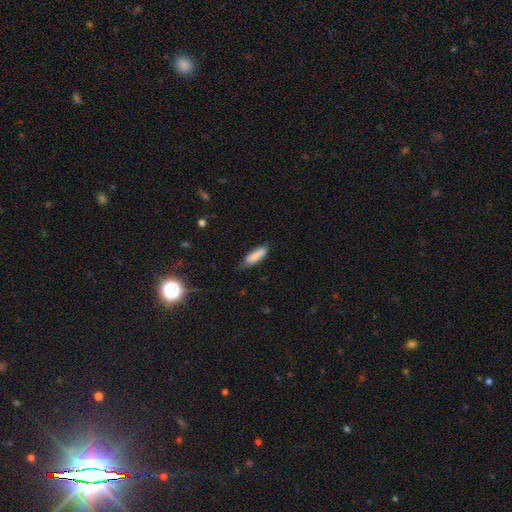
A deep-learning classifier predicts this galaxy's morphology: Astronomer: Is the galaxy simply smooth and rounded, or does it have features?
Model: smooth — 83%.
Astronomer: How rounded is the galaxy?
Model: in between — 51% (runner-up: cigar-shaped, 47%).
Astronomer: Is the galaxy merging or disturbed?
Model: none — 65%.